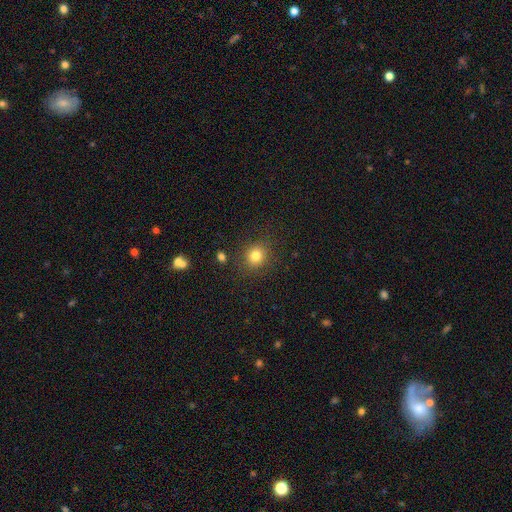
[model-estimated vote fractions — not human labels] smooth-or-featured: smooth: 81% | star or artifact: 13% | featured or disk: 7%
  how-rounded: round: 84% | in between: 15% | cigar-shaped: 1%
  merging: none: 85% | minor disturbance: 9% | major disturbance: 3% | merger: 2%